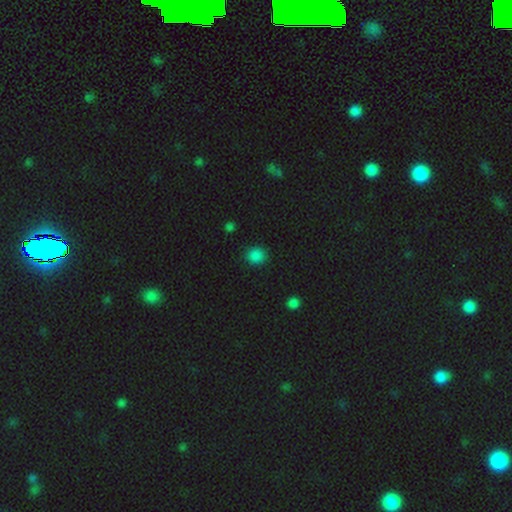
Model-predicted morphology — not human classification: A smooth galaxy with no disk features (84%) that is round (81%). Merging: none (89%).